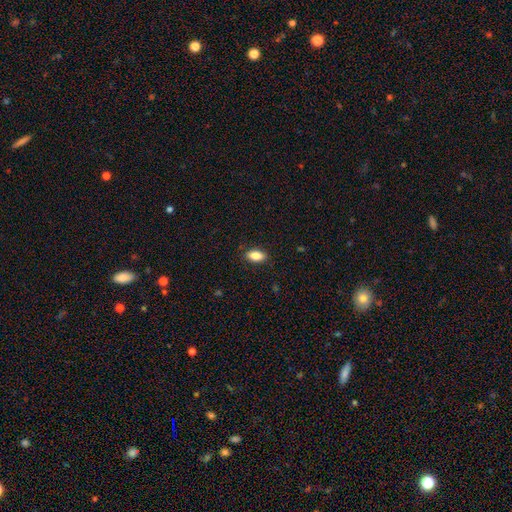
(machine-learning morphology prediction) Q: Smooth or featured?
A: smooth (85%); runner-up: star or artifact (8%)
Q: How rounded?
A: in between (89%); runner-up: round (6%)
Q: Merging?
A: none (87%); runner-up: minor disturbance (10%)